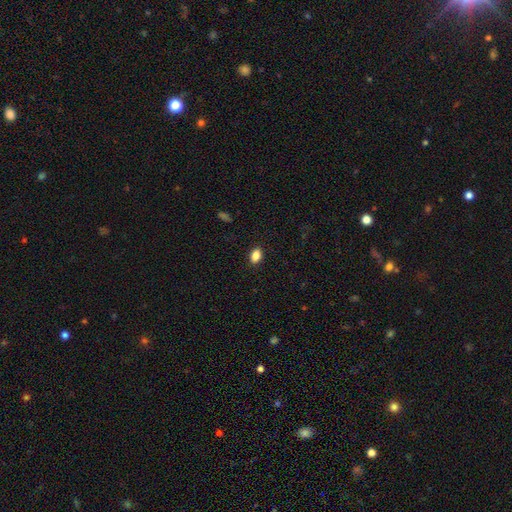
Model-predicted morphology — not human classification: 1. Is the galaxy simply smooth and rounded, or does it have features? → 86% smooth, 9% star or artifact, 5% featured or disk.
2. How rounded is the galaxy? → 81% in between, 17% round, 2% cigar-shaped.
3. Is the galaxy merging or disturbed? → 89% none, 8% minor disturbance, 2% major disturbance, 1% merger.